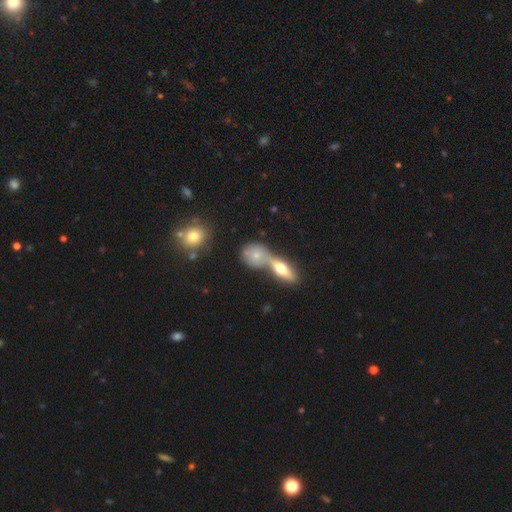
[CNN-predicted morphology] Smooth or featured: smooth — 67% (featured or disk — 23%)
How rounded: round — 59% (in between — 35%)
Merging: merger — 49% (none — 37%)